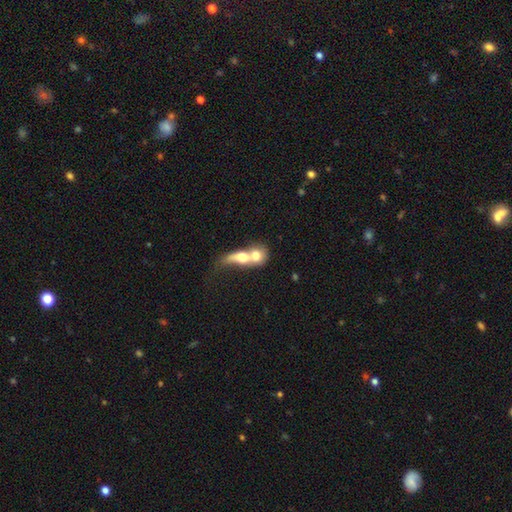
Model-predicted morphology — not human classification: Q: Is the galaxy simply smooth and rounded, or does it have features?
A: smooth — 62%.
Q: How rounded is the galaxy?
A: round — 47%.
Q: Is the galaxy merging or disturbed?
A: merger — 81%.